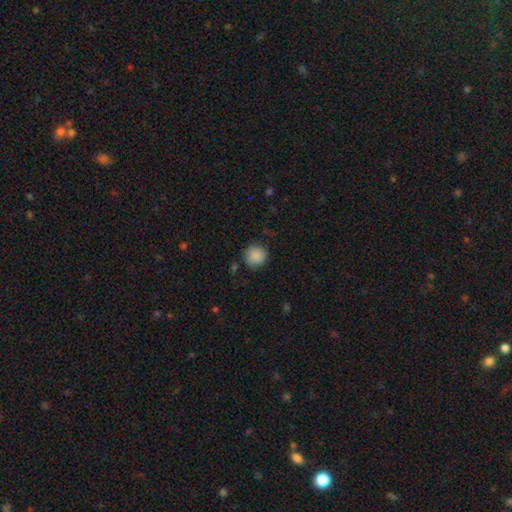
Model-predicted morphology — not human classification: Smooth or featured?
  - smooth: 88% *
  - star or artifact: 9%
  - featured or disk: 4%
How rounded?
  - round: 92% *
  - in between: 7%
  - cigar-shaped: 1%
Merging?
  - none: 83% *
  - minor disturbance: 12%
  - major disturbance: 3%
  - merger: 2%